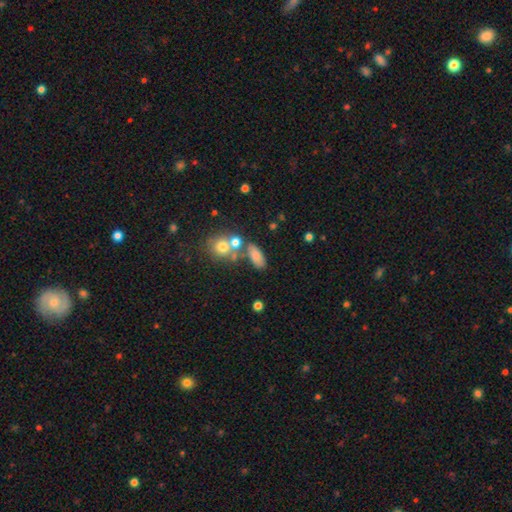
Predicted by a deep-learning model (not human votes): Smooth or featured? smooth (75%)
How rounded? in between (77%)
Merging? none (58%)